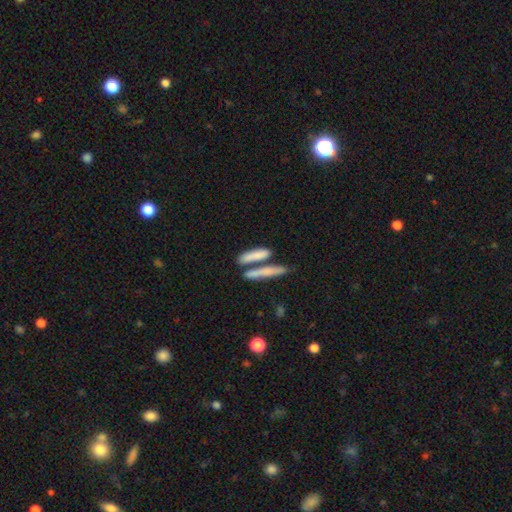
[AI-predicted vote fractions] Smooth or featured?
  - smooth: 75% *
  - featured or disk: 18%
  - star or artifact: 7%
How rounded?
  - cigar-shaped: 77% *
  - in between: 19%
  - round: 3%
Merging?
  - none: 54% *
  - merger: 31%
  - minor disturbance: 11%
  - major disturbance: 5%